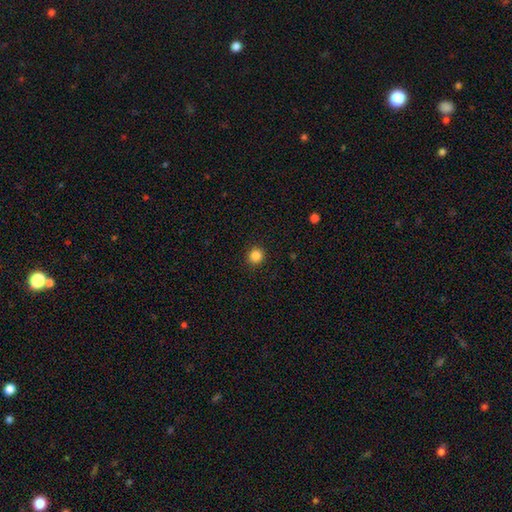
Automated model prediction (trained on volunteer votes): Morphology: type=smooth (85%); roundness=round (90%); merging=none (92%).